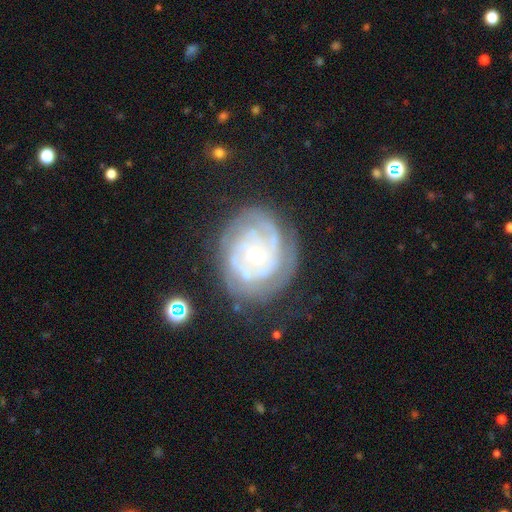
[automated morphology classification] Smooth or featured? featured or disk (84%)
Edge-on disk? no (97%)
Bar? no (73%)
Spiral arms? yes (91%)
Spiral winding? tight (70%)
Spiral arm count? can't tell (37%)
Bulge size? small (53%)
Merging? none (67%)